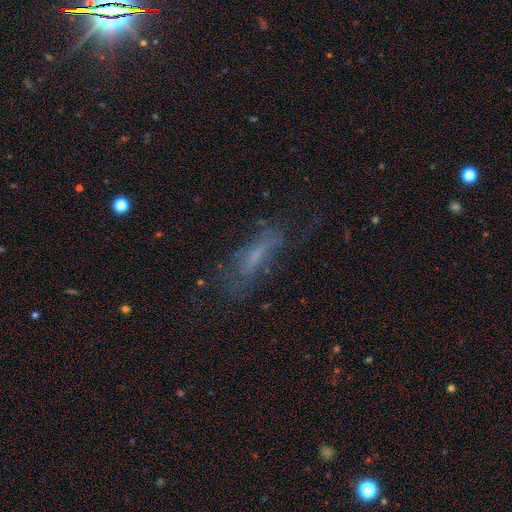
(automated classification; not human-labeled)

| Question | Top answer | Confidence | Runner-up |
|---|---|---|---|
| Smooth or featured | featured or disk | 44% | smooth (41%) |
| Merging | none | 58% | minor disturbance (23%) |